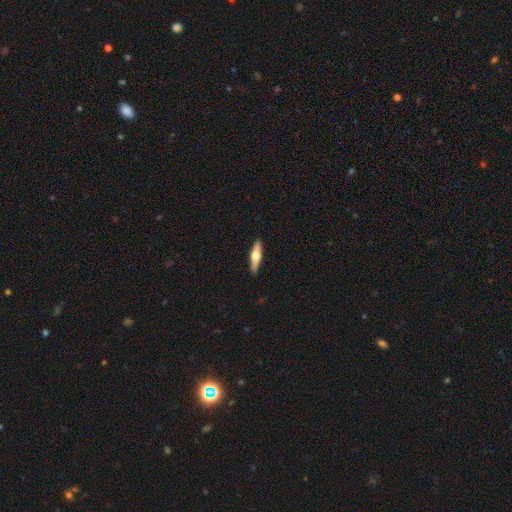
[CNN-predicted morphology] Q: Smooth or featured?
A: featured or disk (49%); runner-up: smooth (46%)
Q: Merging?
A: none (91%); runner-up: minor disturbance (6%)